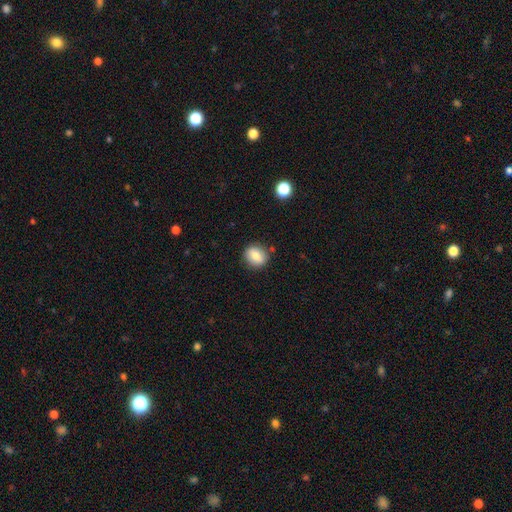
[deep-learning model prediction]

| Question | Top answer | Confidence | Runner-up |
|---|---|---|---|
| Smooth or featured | smooth | 78% | featured or disk (13%) |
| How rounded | round | 71% | in between (28%) |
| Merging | none | 85% | minor disturbance (11%) |